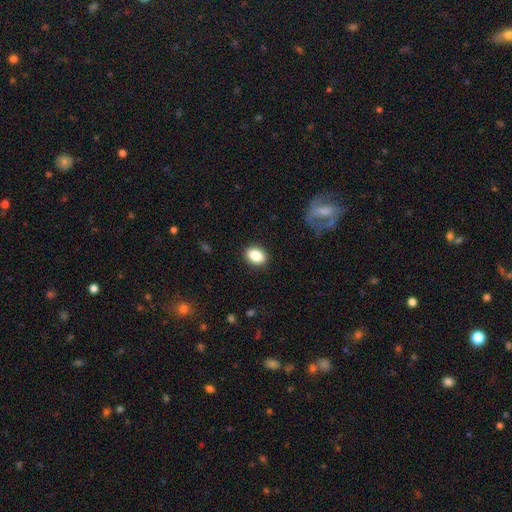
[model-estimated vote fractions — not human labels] Smooth or featured: smooth — 87% (star or artifact — 8%)
How rounded: in between — 78% (round — 21%)
Merging: none — 89% (minor disturbance — 8%)